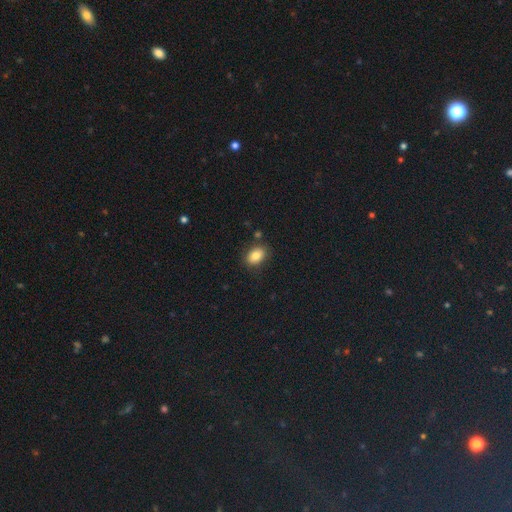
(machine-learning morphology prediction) Smooth or featured: smooth — 83% (star or artifact — 9%)
How rounded: in between — 79% (round — 20%)
Merging: none — 81% (minor disturbance — 12%)